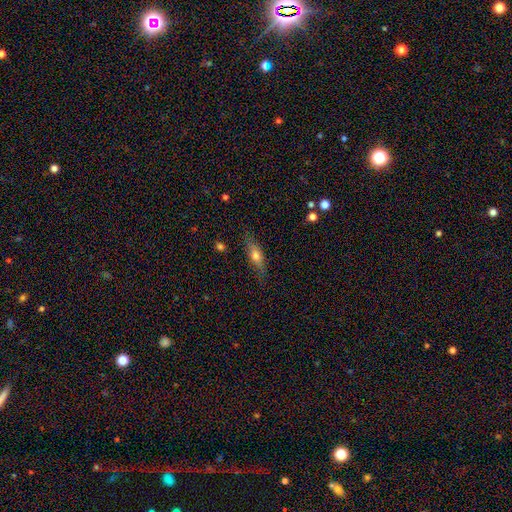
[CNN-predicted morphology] Overall: smooth (58%; featured or disk 34%). How rounded: in between (49%; cigar-shaped 47%). Merging: none (79%).